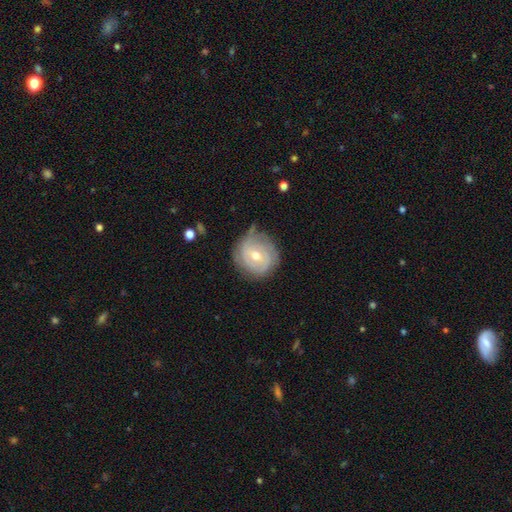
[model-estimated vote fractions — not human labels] Smooth or featured: featured or disk — 73% (smooth — 20%)
Edge-on disk: no — 97% (yes — 3%)
Bar: no — 56% (weak — 35%)
Spiral arms: yes — 87% (no — 13%)
Spiral winding: tight — 73% (medium — 20%)
Spiral arm count: can't tell — 41% (2 — 25%)
Bulge size: moderate — 60% (small — 37%)
Merging: none — 71% (minor disturbance — 21%)